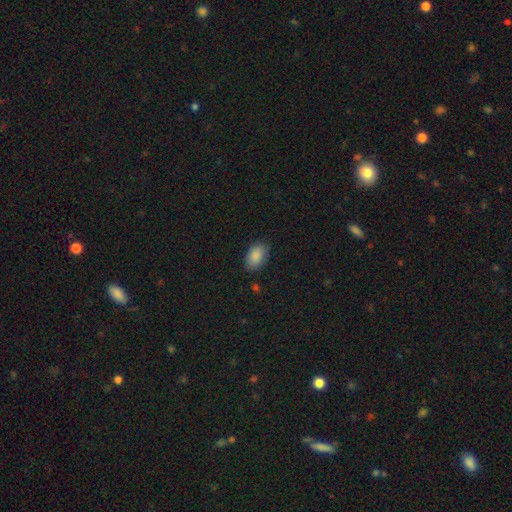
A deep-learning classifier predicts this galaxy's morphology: Q: Smooth or featured?
A: smooth (88%); runner-up: star or artifact (7%)
Q: How rounded?
A: in between (90%); runner-up: round (9%)
Q: Merging?
A: none (84%); runner-up: minor disturbance (12%)